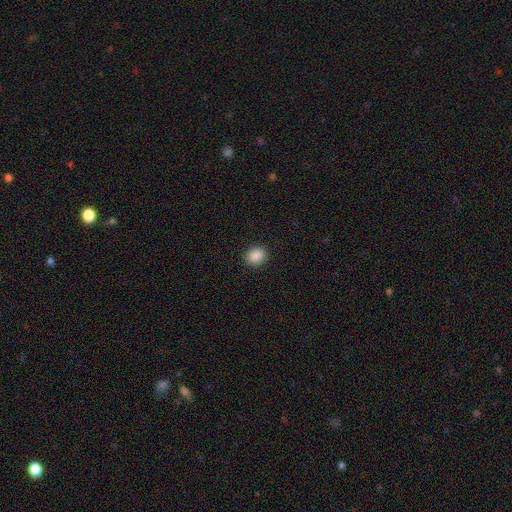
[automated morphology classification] smooth 89%, star or artifact 9%, featured or disk 3%. Down the decision tree: how rounded — round (62%); merging — none (91%).